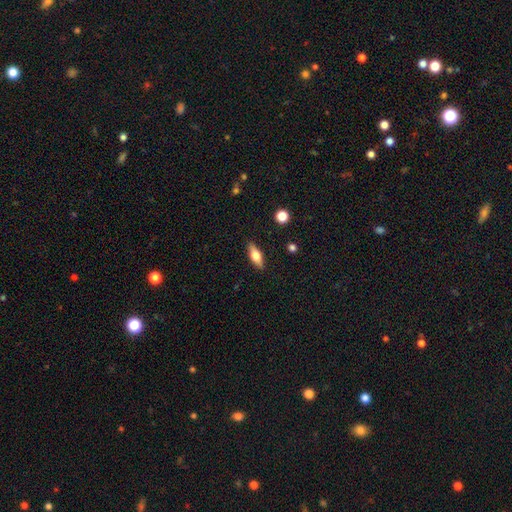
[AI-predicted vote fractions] Smooth or featured? Predicted: smooth (p=0.51). How rounded? Predicted: in between (p=0.60). Merging? Predicted: none (p=0.88).